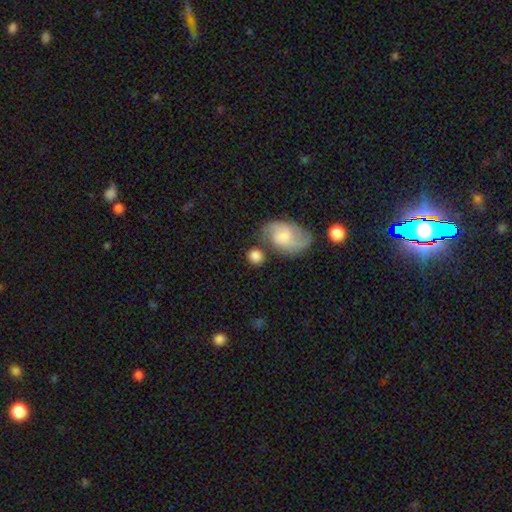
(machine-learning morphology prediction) Q: Smooth or featured?
A: smooth (76%); runner-up: featured or disk (17%)
Q: How rounded?
A: round (73%); runner-up: in between (26%)
Q: Merging?
A: none (62%); runner-up: merger (19%)